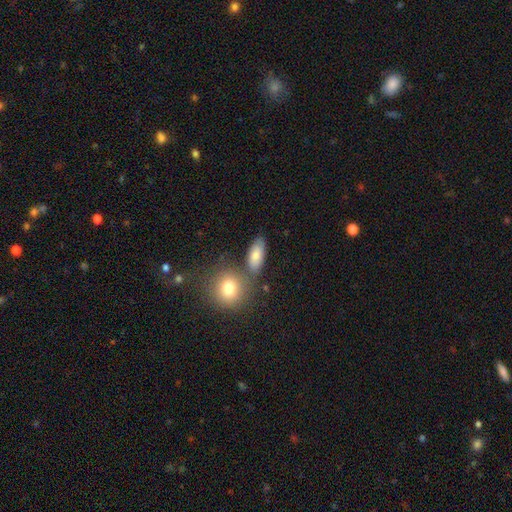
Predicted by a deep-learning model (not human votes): Q: Smooth or featured?
A: smooth (79%); runner-up: featured or disk (12%)
Q: How rounded?
A: in between (80%); runner-up: round (12%)
Q: Merging?
A: none (69%); runner-up: merger (13%)